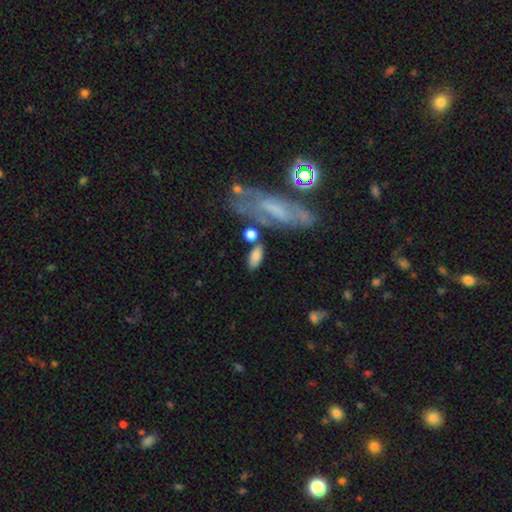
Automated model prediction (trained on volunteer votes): A smooth galaxy with no disk features (79%) that is in between round and cigar-shaped (81%).

Vote fractions:
- Smooth or featured? smooth: 79% / featured or disk: 14% / star or artifact: 7%
- How rounded? in between: 81% / cigar-shaped: 15% / round: 4%
- Merging? none: 65% / minor disturbance: 16% / merger: 11% / major disturbance: 7%